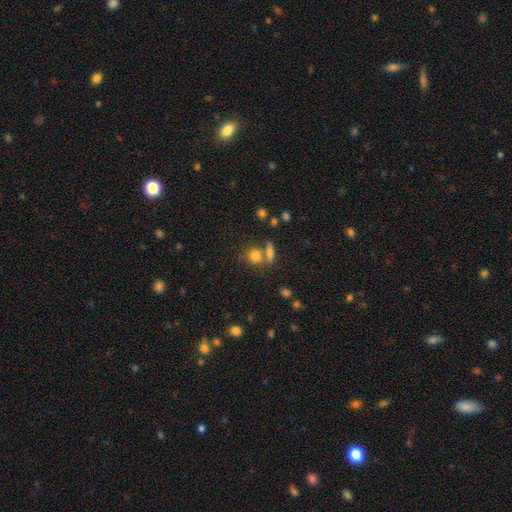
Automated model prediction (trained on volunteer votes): smooth-or-featured: smooth: 78% | star or artifact: 12% | featured or disk: 10%
  how-rounded: round: 66% | in between: 29% | cigar-shaped: 6%
  merging: none: 54% | merger: 31% | minor disturbance: 10% | major disturbance: 5%